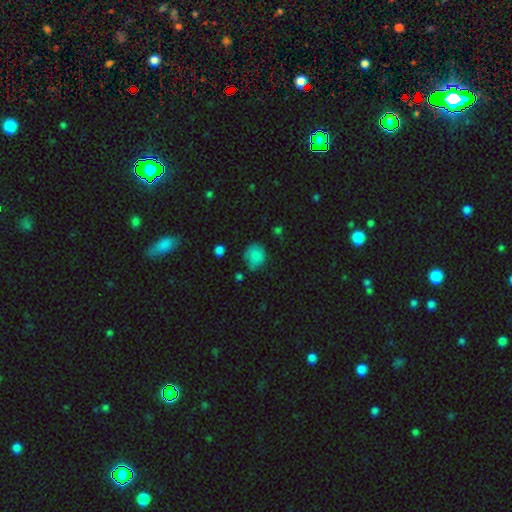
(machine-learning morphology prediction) smooth-or-featured: smooth: 80% | featured or disk: 10% | star or artifact: 10%
  how-rounded: round: 67% | in between: 32% | cigar-shaped: 1%
  merging: none: 52% | minor disturbance: 35% | major disturbance: 10% | merger: 3%